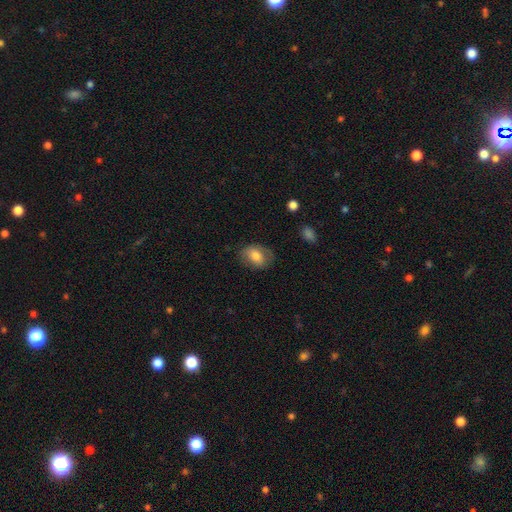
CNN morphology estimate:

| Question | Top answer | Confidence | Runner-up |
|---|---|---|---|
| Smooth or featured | smooth | 75% | featured or disk (17%) |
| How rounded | in between | 78% | round (21%) |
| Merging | none | 67% | minor disturbance (22%) |